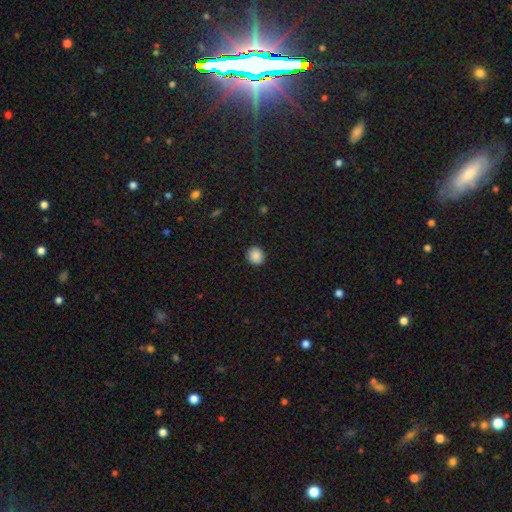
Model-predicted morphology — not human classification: Smooth or featured?
  - smooth: 88% *
  - star or artifact: 9%
  - featured or disk: 3%
How rounded?
  - round: 89% *
  - in between: 10%
  - cigar-shaped: 1%
Merging?
  - none: 91% *
  - minor disturbance: 6%
  - major disturbance: 2%
  - merger: 1%